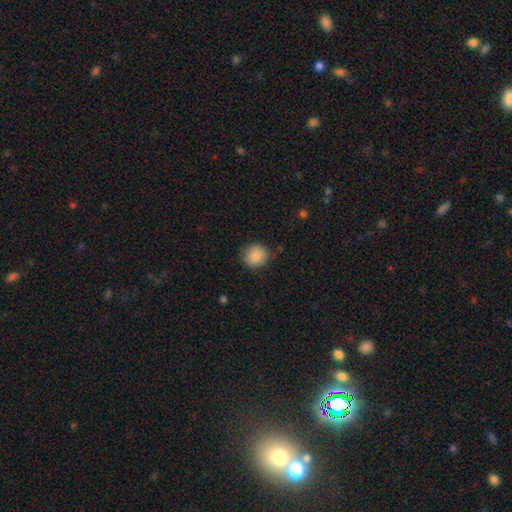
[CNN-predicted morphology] Smooth or featured?
  - smooth: 88% *
  - star or artifact: 8%
  - featured or disk: 4%
How rounded?
  - round: 88% *
  - in between: 11%
  - cigar-shaped: 1%
Merging?
  - none: 85% *
  - minor disturbance: 11%
  - major disturbance: 3%
  - merger: 1%